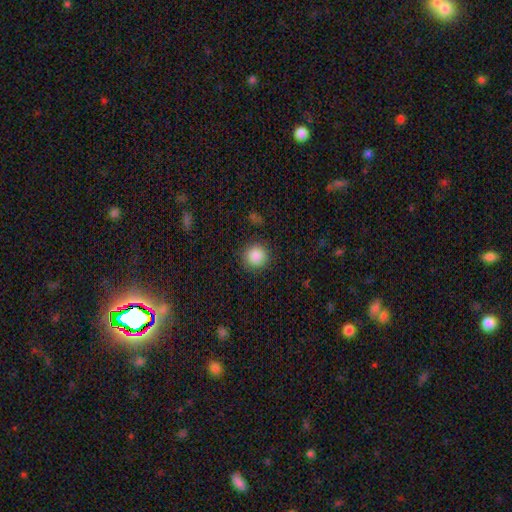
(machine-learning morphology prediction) type=smooth (87%); roundness=round (92%); merging=none (89%).